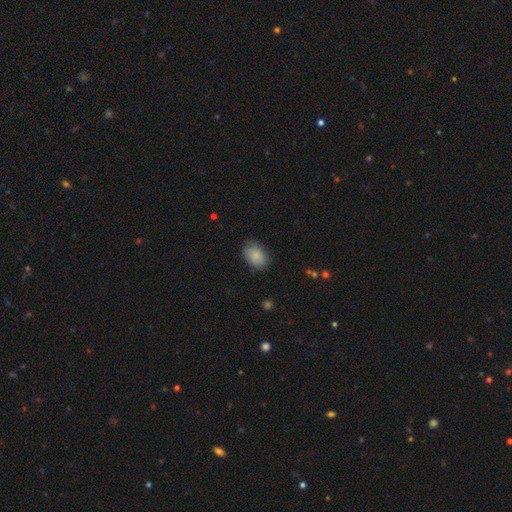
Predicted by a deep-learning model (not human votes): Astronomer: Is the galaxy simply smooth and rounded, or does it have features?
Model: smooth — 84%.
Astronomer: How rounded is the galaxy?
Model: in between — 81%.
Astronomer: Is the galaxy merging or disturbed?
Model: none — 76%.